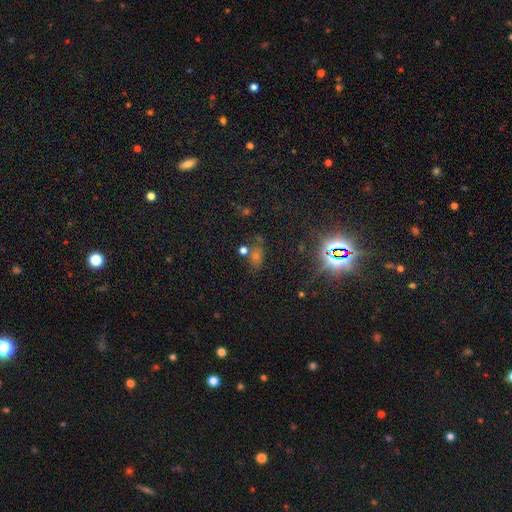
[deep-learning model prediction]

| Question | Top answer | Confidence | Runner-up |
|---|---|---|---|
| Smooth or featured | star or artifact | 55% | smooth (33%) |